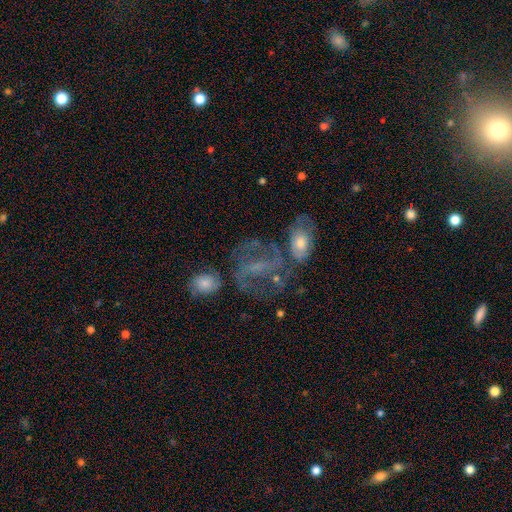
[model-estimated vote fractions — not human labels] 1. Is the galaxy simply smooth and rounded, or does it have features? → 60% featured or disk, 22% star or artifact, 18% smooth.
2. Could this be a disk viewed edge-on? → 95% no, 5% yes.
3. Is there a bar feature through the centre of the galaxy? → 41% weak, 40% no, 19% strong.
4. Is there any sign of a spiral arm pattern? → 70% yes, 30% no.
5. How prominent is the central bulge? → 45% small, 26% none, 24% moderate, 3% large, 2% dominant.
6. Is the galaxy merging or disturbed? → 43% none, 23% merger, 19% major disturbance, 15% minor disturbance.